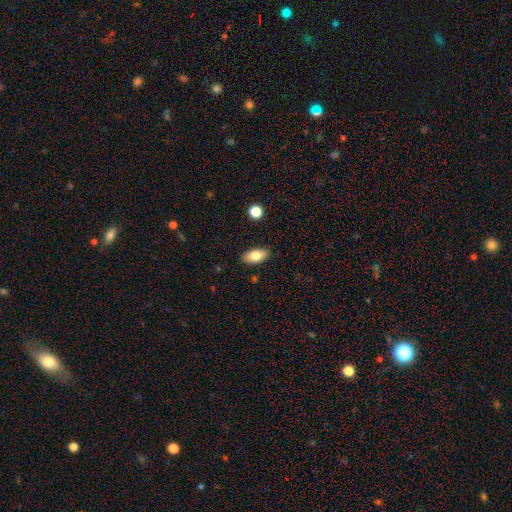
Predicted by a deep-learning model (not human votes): smooth-or-featured: smooth: 80% | featured or disk: 13% | star or artifact: 7%
  how-rounded: in between: 90% | cigar-shaped: 7% | round: 4%
  merging: none: 87% | minor disturbance: 9% | major disturbance: 2% | merger: 1%